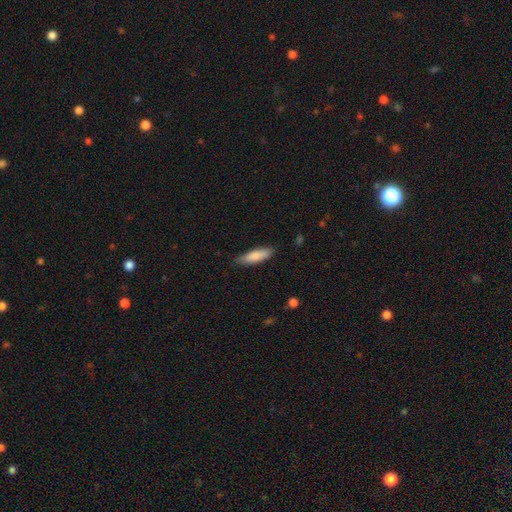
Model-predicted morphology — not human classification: Smooth or featured: smooth — 82% (featured or disk — 12%)
How rounded: cigar-shaped — 58% (in between — 41%)
Merging: none — 83% (minor disturbance — 13%)